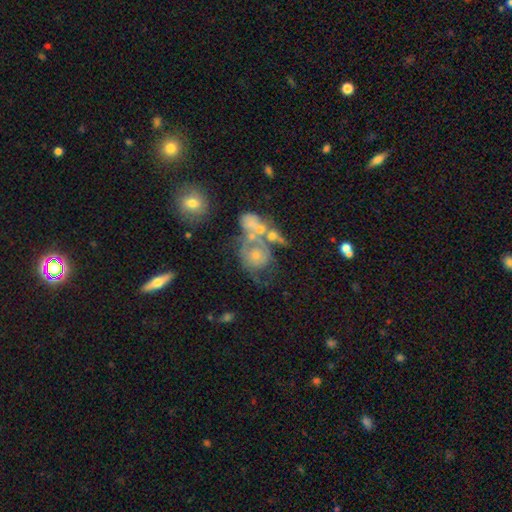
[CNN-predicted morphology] type=featured or disk (52%); edge-on=no (97%); bar=no (90%); spiral arms=no (76%); bulge=small (40%); merging=merger (48%).